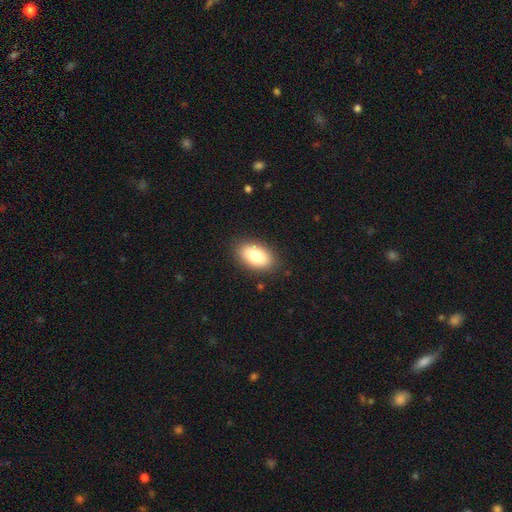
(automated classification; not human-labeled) A smooth galaxy with no disk features (80%) that is in between round and cigar-shaped (91%). Merging: none (87%).